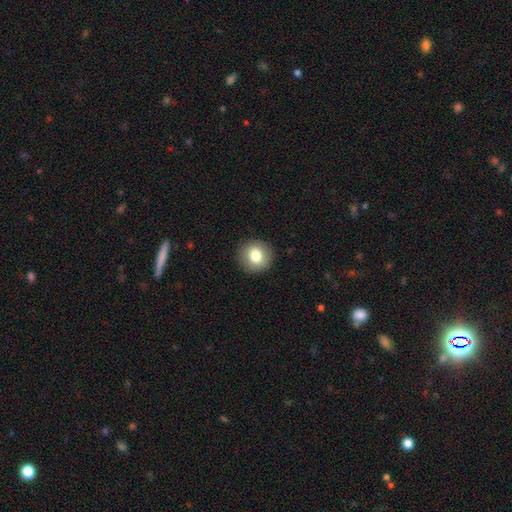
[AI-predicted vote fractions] This appears to be a smooth galaxy with no disk features (80%) that is round (90%). Merging: none (91%).